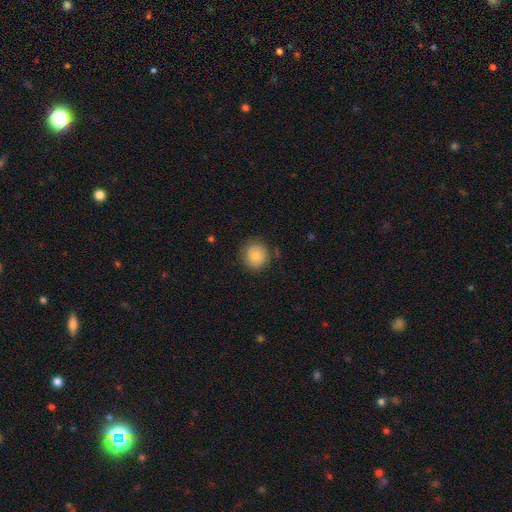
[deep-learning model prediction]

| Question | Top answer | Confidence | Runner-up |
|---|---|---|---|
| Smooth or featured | smooth | 83% | featured or disk (9%) |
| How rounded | round | 90% | in between (9%) |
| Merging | none | 82% | minor disturbance (13%) |